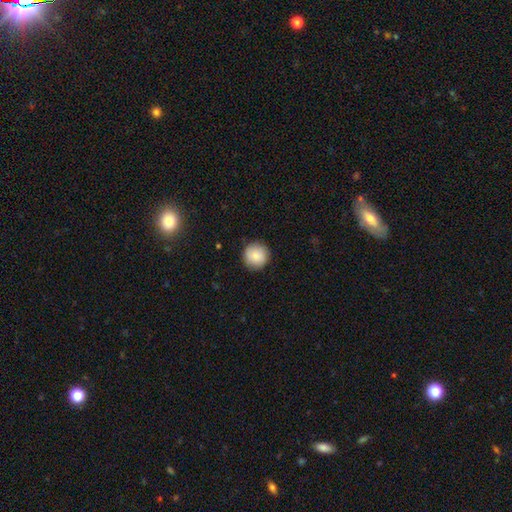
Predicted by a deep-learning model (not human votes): A smooth galaxy with no disk features (82%) that is round (95%).

Vote fractions:
- Smooth or featured? smooth: 82% / featured or disk: 10% / star or artifact: 8%
- How rounded? round: 95% / in between: 4% / cigar-shaped: 1%
- Merging? none: 88% / minor disturbance: 9% / major disturbance: 2% / merger: 1%